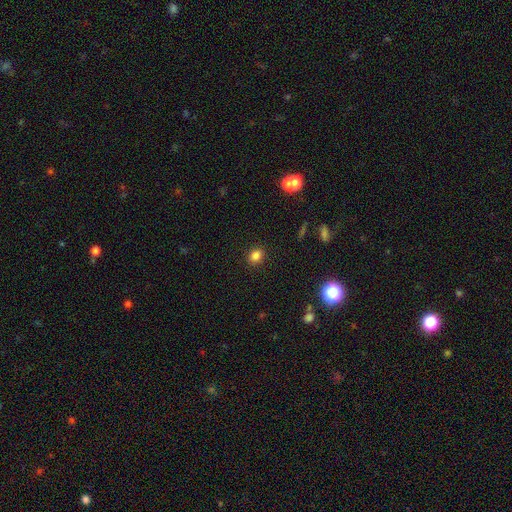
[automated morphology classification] A smooth galaxy with no disk features (82%) that is round (60%). Merging: none (89%).